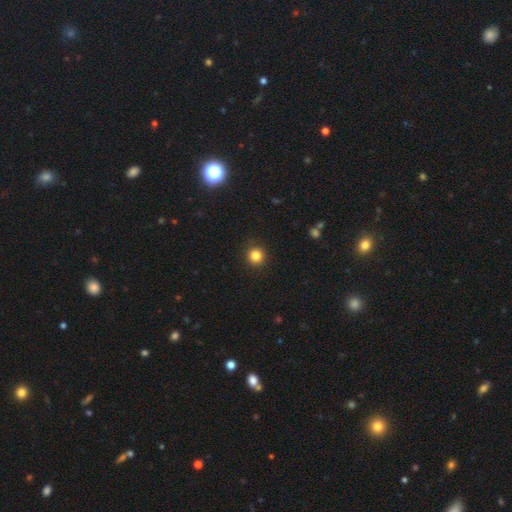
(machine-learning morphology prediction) smooth-or-featured: smooth: 84% | star or artifact: 12% | featured or disk: 4%
  how-rounded: round: 93% | in between: 6% | cigar-shaped: 1%
  merging: none: 91% | minor disturbance: 6% | major disturbance: 2% | merger: 1%